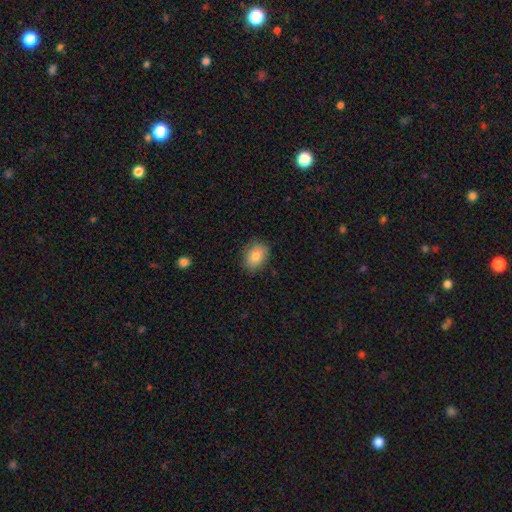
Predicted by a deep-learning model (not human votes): Overall: smooth (82%). How rounded: in between (70%). Merging: none (80%).